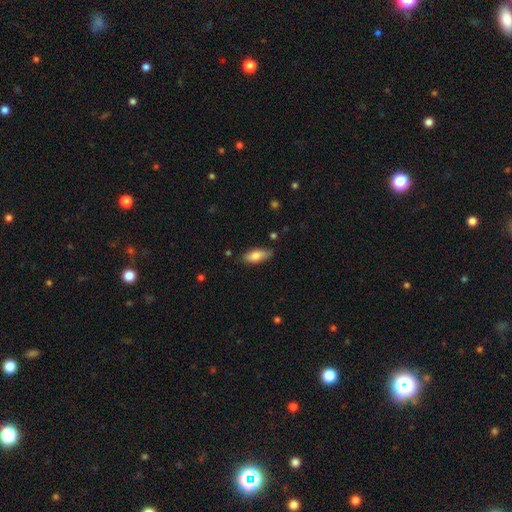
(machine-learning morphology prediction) Smooth or featured?
  - smooth: 79% *
  - featured or disk: 14%
  - star or artifact: 6%
How rounded?
  - in between: 78% *
  - cigar-shaped: 20%
  - round: 2%
Merging?
  - none: 78% *
  - minor disturbance: 17%
  - major disturbance: 3%
  - merger: 2%